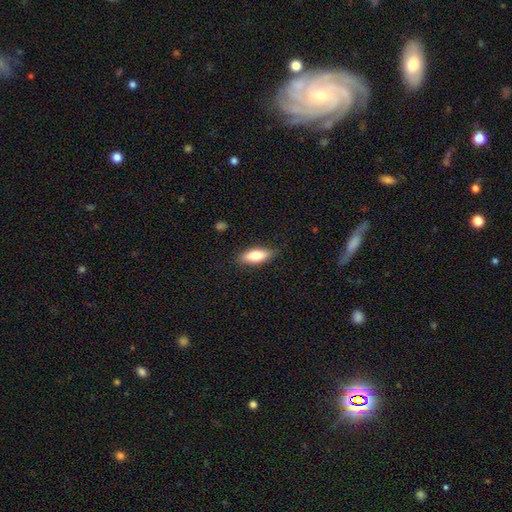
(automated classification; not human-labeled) The model was most divided on "how rounded": in between: 73%, cigar-shaped: 25%, round: 3%. More confident: merging — none (86%); smooth or featured — smooth (78%).